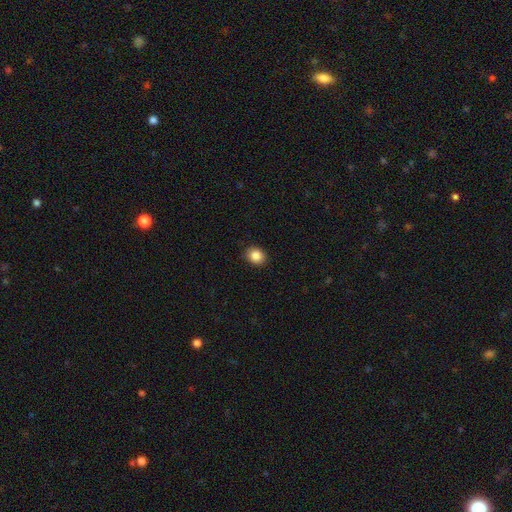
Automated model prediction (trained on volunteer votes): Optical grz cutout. It shows a smooth galaxy with no disk features (86%) that is round (65%). Merging: none (88%).